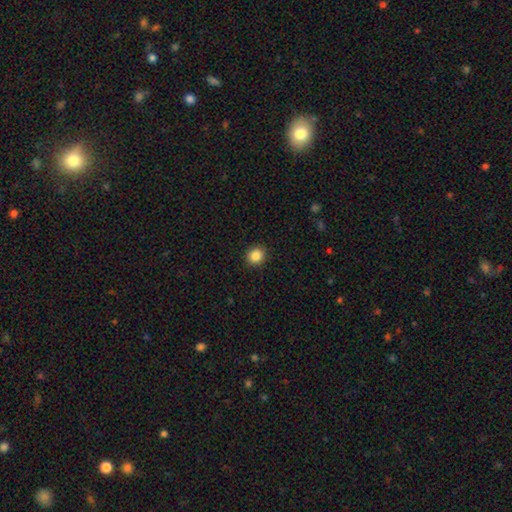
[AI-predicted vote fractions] smooth-or-featured: smooth: 86% | star or artifact: 10% | featured or disk: 4%
  how-rounded: round: 82% | in between: 17% | cigar-shaped: 1%
  merging: none: 92% | minor disturbance: 6% | major disturbance: 2% | merger: 1%